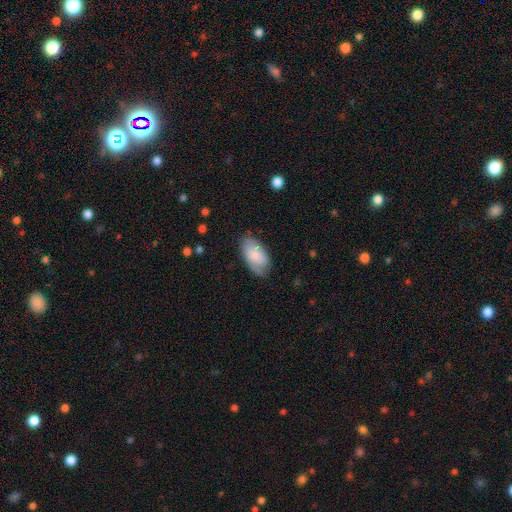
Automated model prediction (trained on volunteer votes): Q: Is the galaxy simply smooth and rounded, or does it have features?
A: smooth — 73%.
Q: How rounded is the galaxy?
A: in between — 95%.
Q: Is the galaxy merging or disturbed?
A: none — 67%.